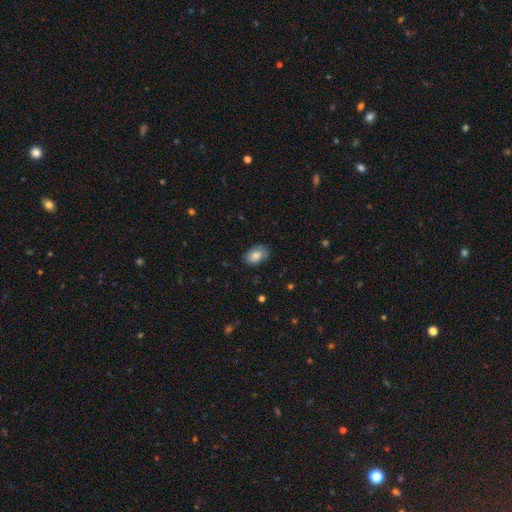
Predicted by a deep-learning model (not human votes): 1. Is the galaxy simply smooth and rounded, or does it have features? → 83% smooth, 10% featured or disk, 7% star or artifact.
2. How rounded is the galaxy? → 84% in between, 15% round, 1% cigar-shaped.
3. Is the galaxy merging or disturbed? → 73% none, 21% minor disturbance, 5% major disturbance, 1% merger.